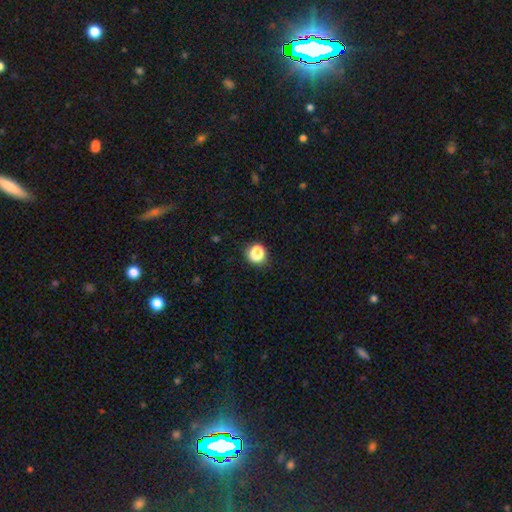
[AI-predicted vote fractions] Morphology: type=smooth (84%); roundness=round (77%); merging=none (78%).